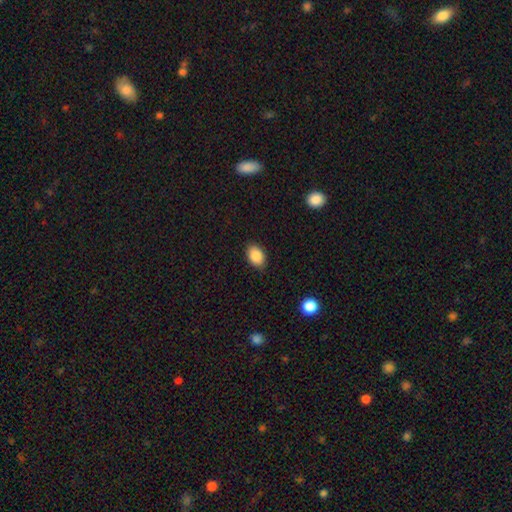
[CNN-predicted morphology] Overall: smooth (87%). How rounded: in between (82%). Merging: none (88%).